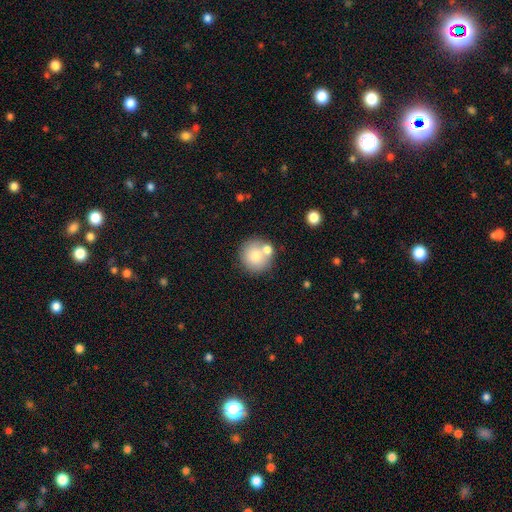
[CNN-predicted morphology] Smooth or featured? Predicted: smooth (p=0.77). How rounded? Predicted: round (p=0.92). Merging? Predicted: none (p=0.66).